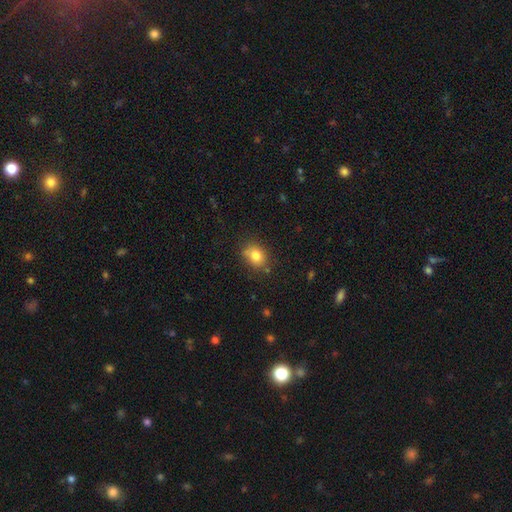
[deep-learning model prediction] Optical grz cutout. It shows a smooth galaxy with no disk features (79%) that is round (54%). Merging: none (73%).